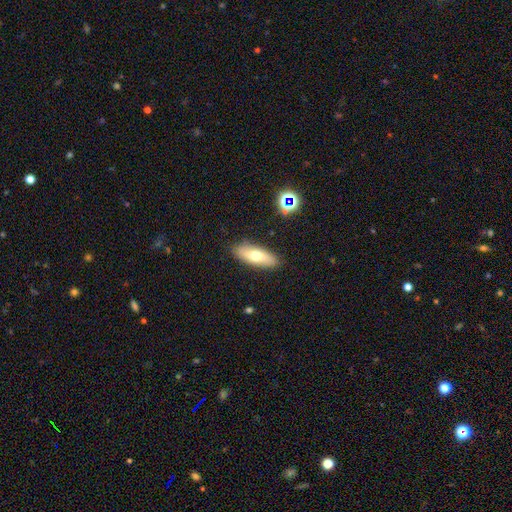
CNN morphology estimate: Q: Smooth or featured?
A: smooth (65%); runner-up: featured or disk (27%)
Q: How rounded?
A: in between (65%); runner-up: cigar-shaped (33%)
Q: Merging?
A: none (87%); runner-up: minor disturbance (10%)